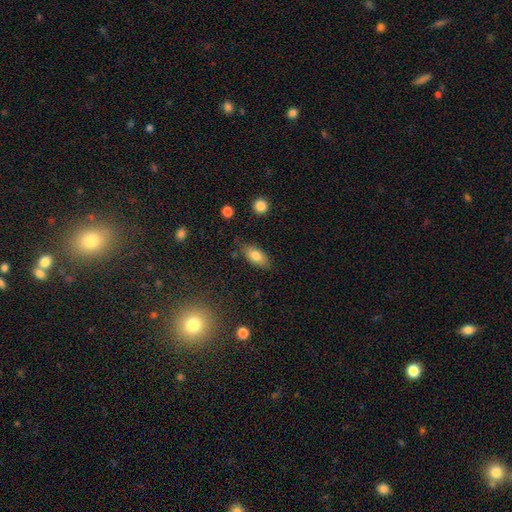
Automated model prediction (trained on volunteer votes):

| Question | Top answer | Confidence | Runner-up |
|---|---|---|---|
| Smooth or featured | smooth | 79% | featured or disk (13%) |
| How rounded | in between | 85% | cigar-shaped (11%) |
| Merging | none | 79% | minor disturbance (15%) |